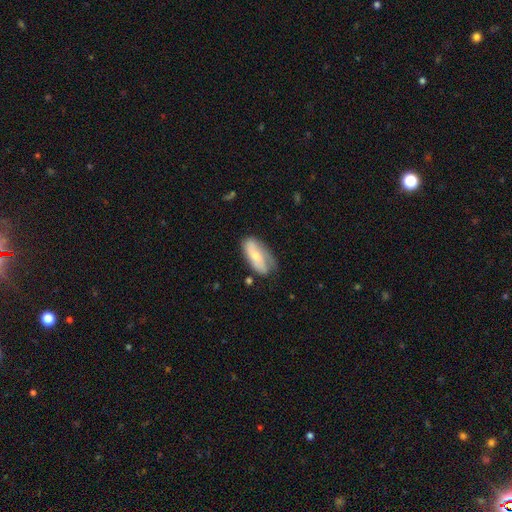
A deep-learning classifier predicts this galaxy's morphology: smooth-or-featured: smooth: 54% | featured or disk: 40% | star or artifact: 6%
  how-rounded: in between: 84% | cigar-shaped: 13% | round: 3%
  merging: none: 51% | minor disturbance: 32% | major disturbance: 13% | merger: 3%